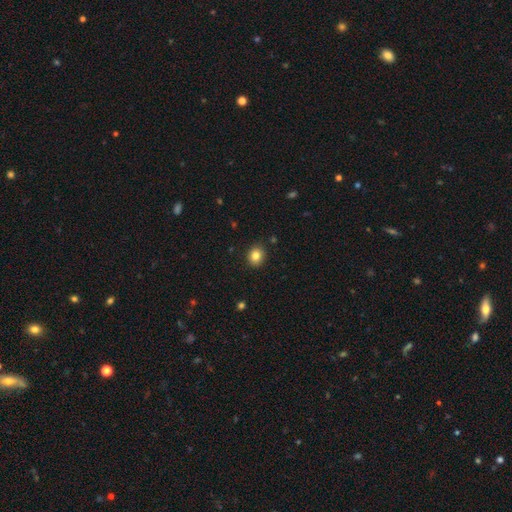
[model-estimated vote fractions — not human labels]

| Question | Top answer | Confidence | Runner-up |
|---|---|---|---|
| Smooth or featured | smooth | 83% | star or artifact (11%) |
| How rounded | round | 69% | in between (30%) |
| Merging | none | 90% | minor disturbance (7%) |